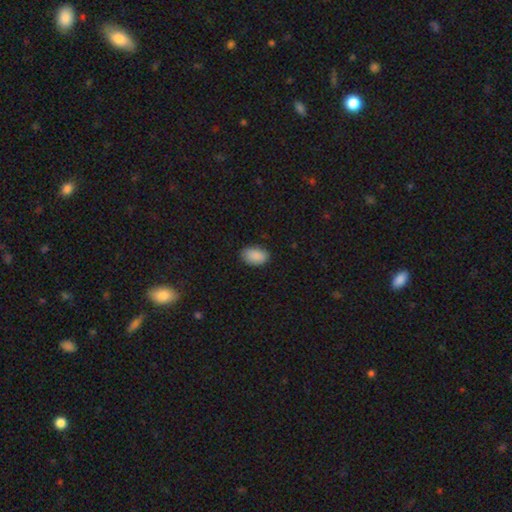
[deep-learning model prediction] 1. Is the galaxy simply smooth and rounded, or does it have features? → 90% smooth, 7% star or artifact, 3% featured or disk.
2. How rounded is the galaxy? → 92% in between, 6% round, 1% cigar-shaped.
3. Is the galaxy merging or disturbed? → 86% none, 11% minor disturbance, 2% major disturbance, 1% merger.